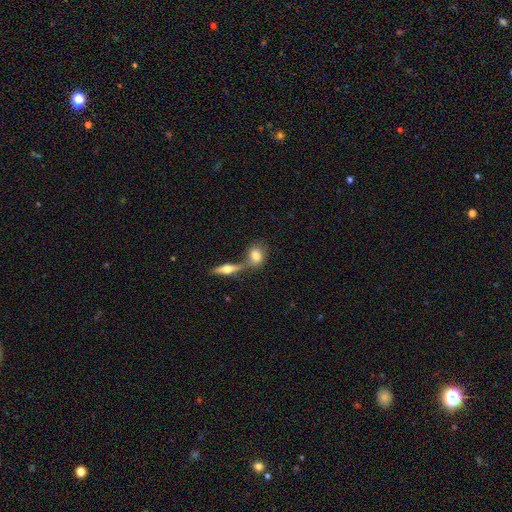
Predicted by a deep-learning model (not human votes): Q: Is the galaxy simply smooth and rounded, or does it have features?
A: smooth — 71%.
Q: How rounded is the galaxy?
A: in between — 61%.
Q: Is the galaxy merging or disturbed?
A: none — 47%.